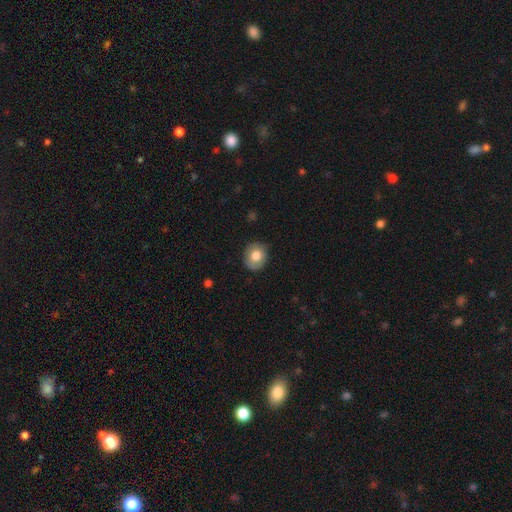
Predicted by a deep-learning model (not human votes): A smooth galaxy with no disk features (77%) that is round (73%). Merging: none (81%).